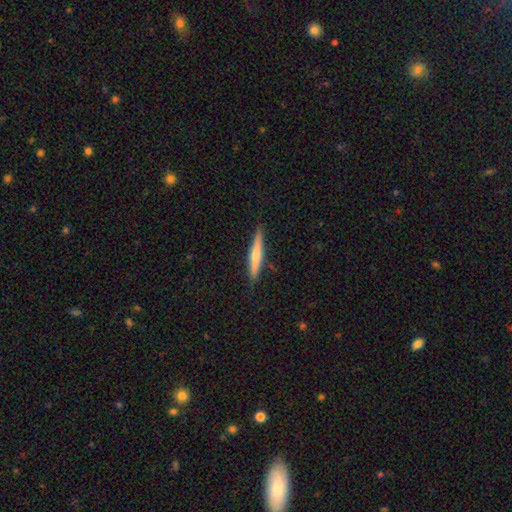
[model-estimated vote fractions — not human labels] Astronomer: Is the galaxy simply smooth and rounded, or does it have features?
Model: smooth — 54% (runner-up: featured or disk, 40%).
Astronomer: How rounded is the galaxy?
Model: cigar-shaped — 93%.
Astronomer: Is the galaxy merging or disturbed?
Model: none — 87%.